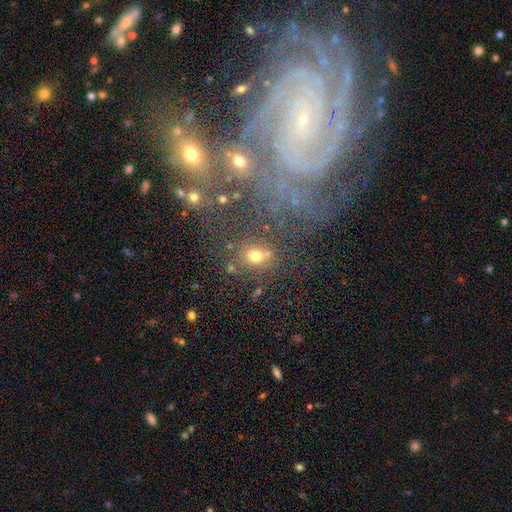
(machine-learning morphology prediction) A smooth galaxy with no disk features (61%) that is round (56%). Merging: none (59%).